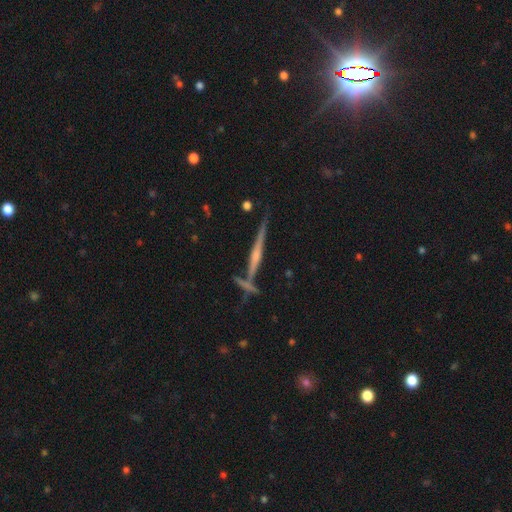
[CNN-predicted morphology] Smooth or featured? featured or disk (76%)
Edge-on disk? yes (98%)
Edge-on bulge? rounded (57%)
Merging? none (77%)